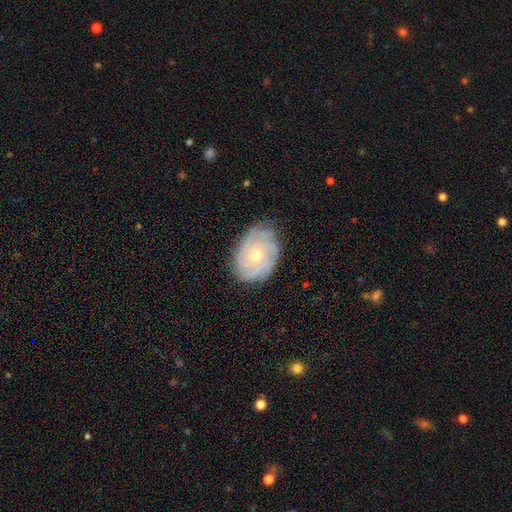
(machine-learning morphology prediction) The model was most divided on "bulge size": moderate: 53%, small: 43%, large: 2%, none: 1%, dominant: 1%. Remaining: edge-on disk — no (96%); spiral arms — yes (92%); bar — no (80%); merging — none (76%); smooth or featured — featured or disk (75%); spiral winding — tight (68%); spiral arm count — can't tell (41%).